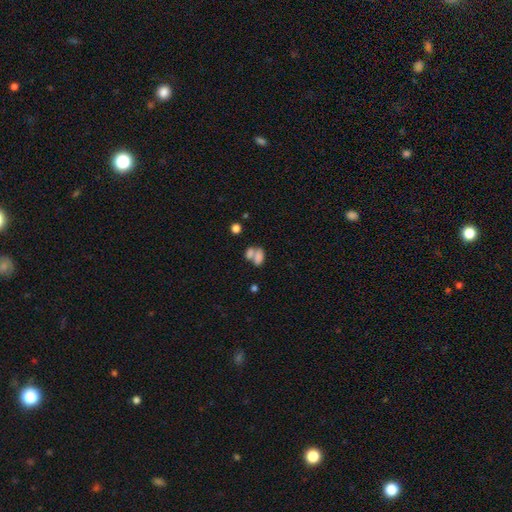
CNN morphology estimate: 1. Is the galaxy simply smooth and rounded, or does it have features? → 75% smooth, 15% featured or disk, 11% star or artifact.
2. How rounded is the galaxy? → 83% in between, 14% round, 3% cigar-shaped.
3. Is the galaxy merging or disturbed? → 60% merger, 24% none, 9% minor disturbance, 7% major disturbance.